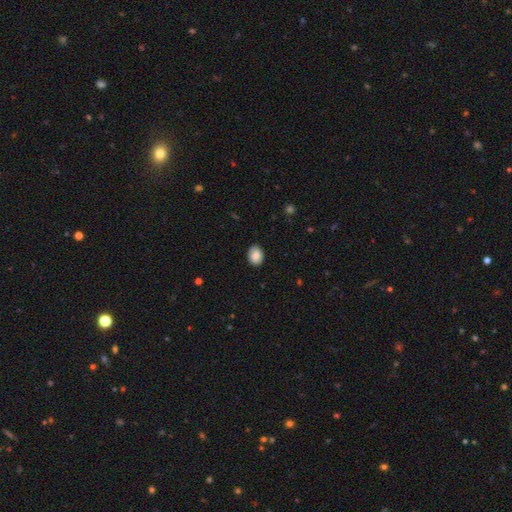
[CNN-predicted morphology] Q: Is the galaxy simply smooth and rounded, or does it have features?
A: smooth — 85%.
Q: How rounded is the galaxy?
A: in between — 71%.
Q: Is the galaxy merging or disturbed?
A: none — 86%.